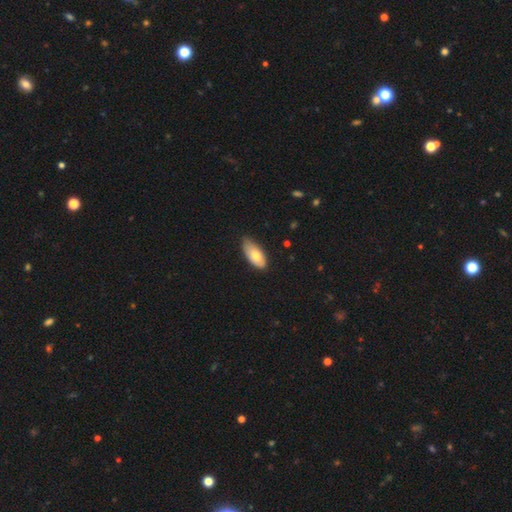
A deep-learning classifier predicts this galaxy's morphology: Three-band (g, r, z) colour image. It shows a smooth galaxy with no disk features (70%) that is in between round and cigar-shaped (91%). Merging: none (63%).